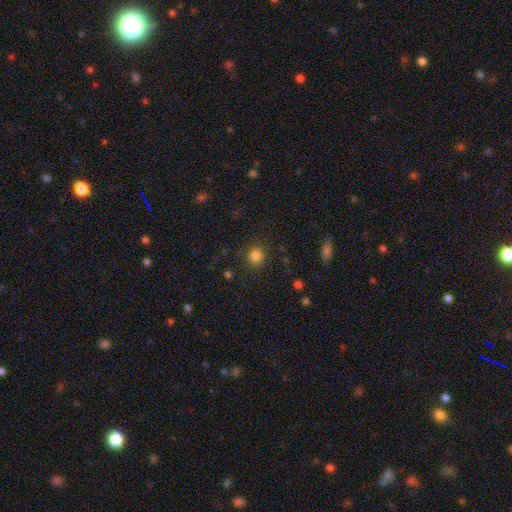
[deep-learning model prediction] Morphology: type=smooth (82%); roundness=round (87%); merging=none (86%).